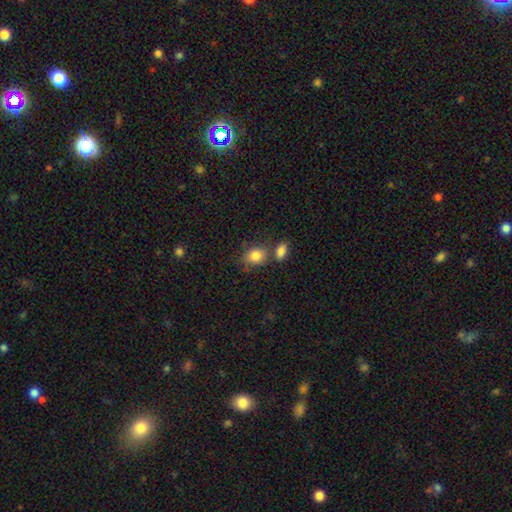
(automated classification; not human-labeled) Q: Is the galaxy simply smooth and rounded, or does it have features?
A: smooth — 84%.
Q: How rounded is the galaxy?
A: in between — 54%.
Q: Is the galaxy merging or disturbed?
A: none — 54%.